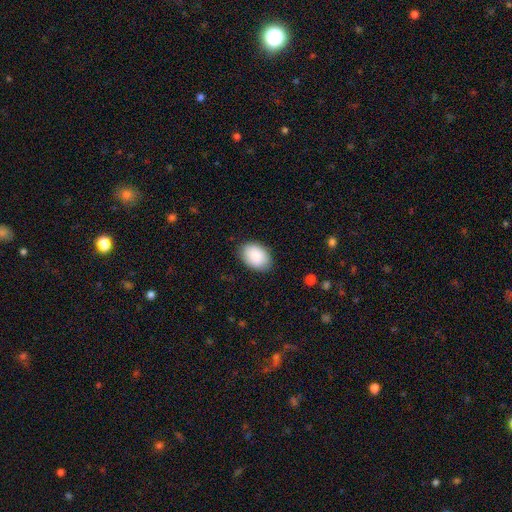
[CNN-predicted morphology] Smooth or featured? smooth (89%)
How rounded? in between (86%)
Merging? none (84%)